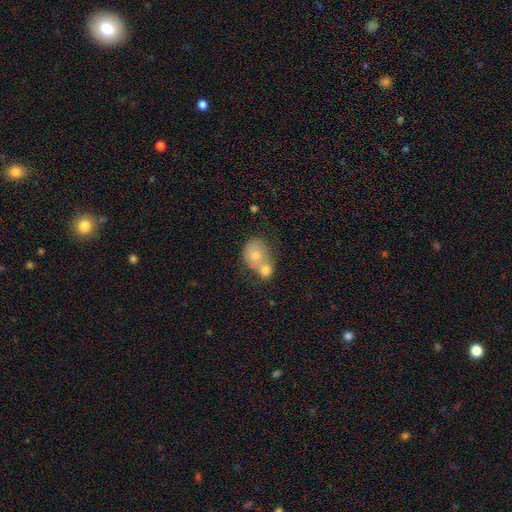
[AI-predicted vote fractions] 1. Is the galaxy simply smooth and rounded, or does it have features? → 63% smooth, 26% featured or disk, 11% star or artifact.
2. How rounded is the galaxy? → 60% round, 39% in between, 1% cigar-shaped.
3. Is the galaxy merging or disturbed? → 60% merger, 27% none, 9% minor disturbance, 4% major disturbance.